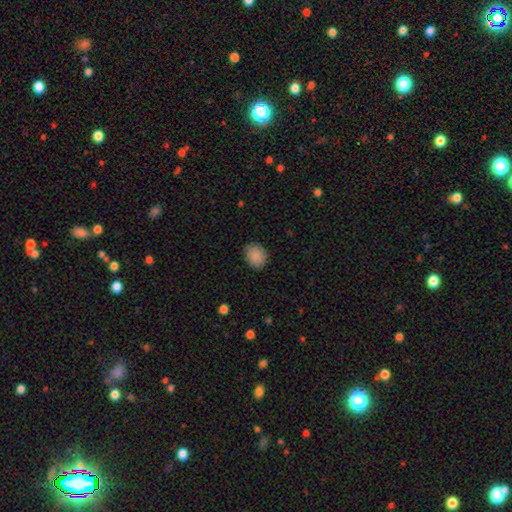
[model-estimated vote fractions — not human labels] Morphology: type=smooth (88%); roundness=round (60%); merging=none (84%).